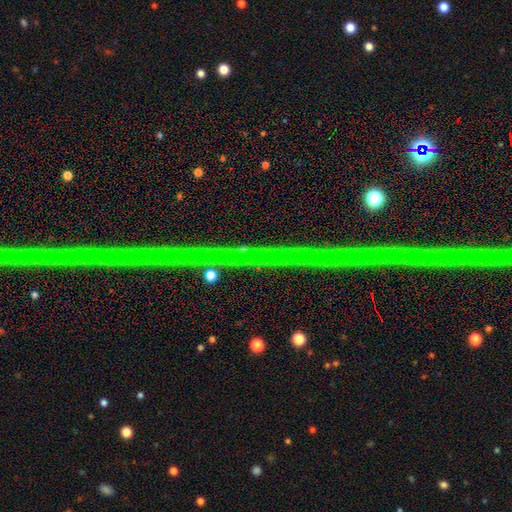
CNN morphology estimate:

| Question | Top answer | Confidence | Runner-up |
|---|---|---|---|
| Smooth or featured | star or artifact | 86% | featured or disk (10%) |